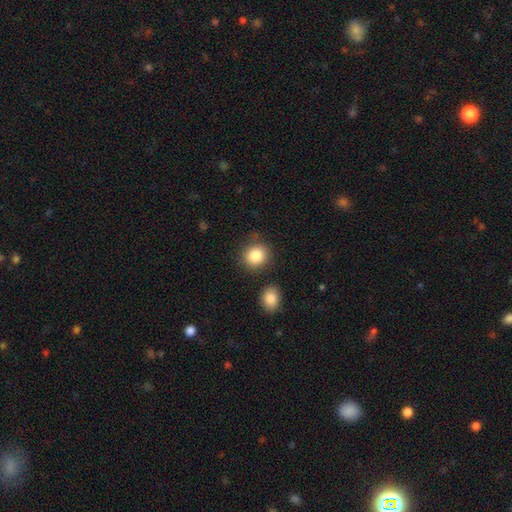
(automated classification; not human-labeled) Smooth or featured: smooth — 87% (star or artifact — 8%)
How rounded: round — 78% (in between — 21%)
Merging: none — 80% (minor disturbance — 10%)